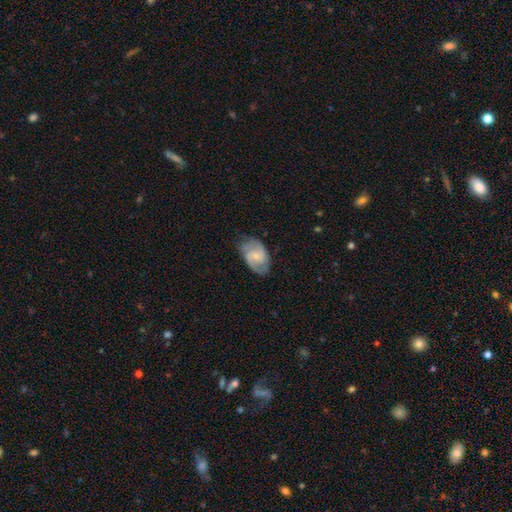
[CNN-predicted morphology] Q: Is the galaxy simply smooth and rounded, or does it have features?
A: featured or disk — 74%.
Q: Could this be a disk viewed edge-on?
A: no — 97%.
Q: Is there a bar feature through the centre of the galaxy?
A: weak — 47%.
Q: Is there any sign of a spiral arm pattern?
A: yes — 94%.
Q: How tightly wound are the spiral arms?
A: medium — 52%.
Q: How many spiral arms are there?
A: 2 — 84%.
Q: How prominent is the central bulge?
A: small — 57%.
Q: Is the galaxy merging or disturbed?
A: none — 71%.